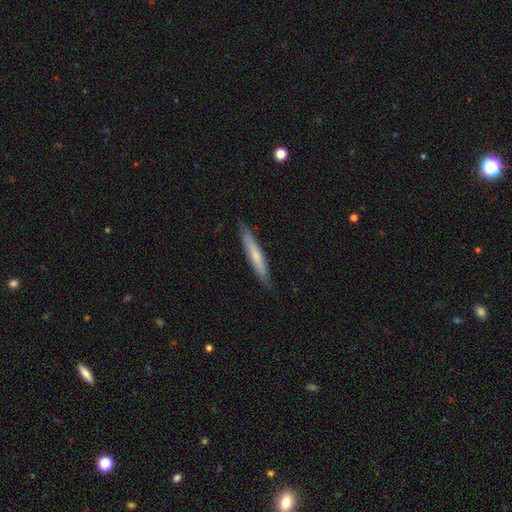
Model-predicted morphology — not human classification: Smooth or featured? smooth (63%)
How rounded? cigar-shaped (94%)
Merging? none (87%)